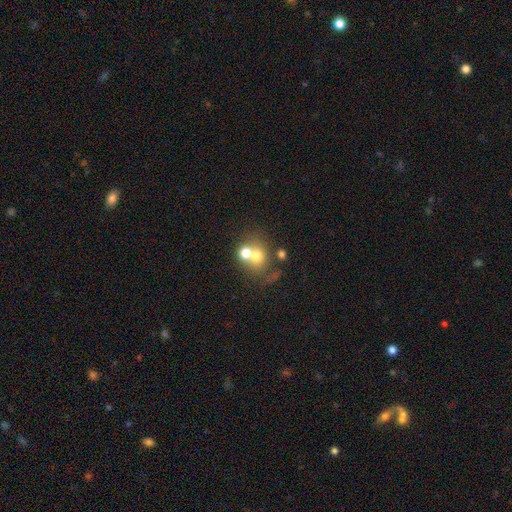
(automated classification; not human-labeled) smooth 65%, featured or disk 21%, star or artifact 14%. Down the decision tree: how rounded — round (75%); merging — merger (49%).